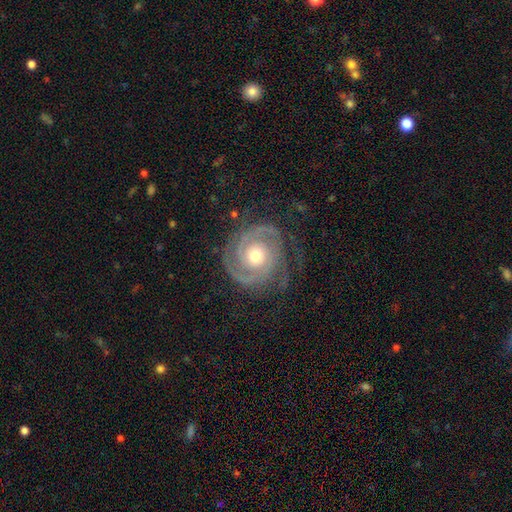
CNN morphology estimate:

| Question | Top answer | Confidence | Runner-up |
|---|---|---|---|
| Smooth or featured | featured or disk | 90% | smooth (5%) |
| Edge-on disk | no | 98% | yes (2%) |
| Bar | no | 79% | weak (16%) |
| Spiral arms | yes | 98% | no (2%) |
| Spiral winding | tight | 72% | medium (23%) |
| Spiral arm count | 2 | 56% | 3 (20%) |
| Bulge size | moderate | 71% | small (20%) |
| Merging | none | 73% | minor disturbance (17%) |